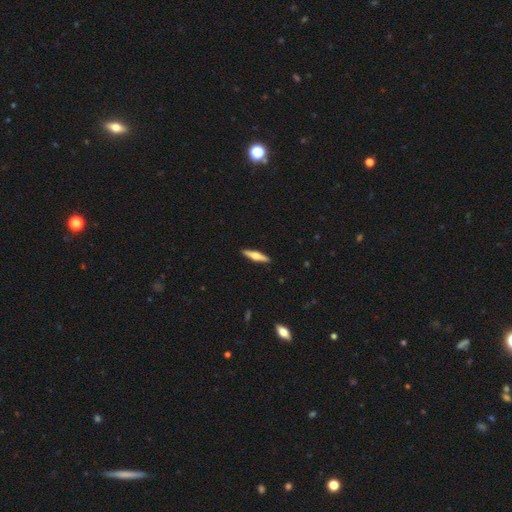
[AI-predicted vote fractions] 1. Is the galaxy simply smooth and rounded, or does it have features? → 58% featured or disk, 36% smooth, 5% star or artifact.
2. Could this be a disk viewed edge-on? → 97% yes, 3% no.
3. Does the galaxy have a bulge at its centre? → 91% rounded, 6% boxy, 3% none.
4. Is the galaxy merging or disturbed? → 91% none, 6% minor disturbance, 1% major disturbance, 1% merger.